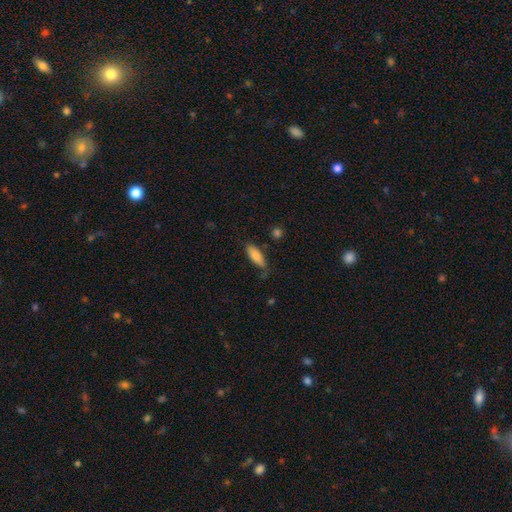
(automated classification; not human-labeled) smooth-or-featured: smooth: 82% | featured or disk: 11% | star or artifact: 6%
  how-rounded: in between: 58% | cigar-shaped: 40% | round: 2%
  merging: none: 69% | minor disturbance: 23% | major disturbance: 5% | merger: 3%